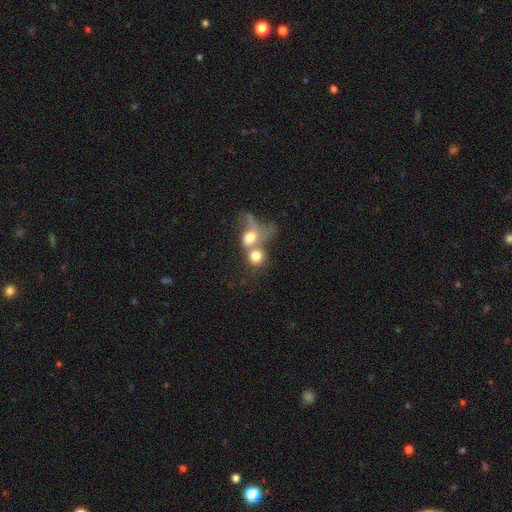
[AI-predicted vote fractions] Smooth or featured? smooth (69%)
How rounded? round (68%)
Merging? merger (68%)